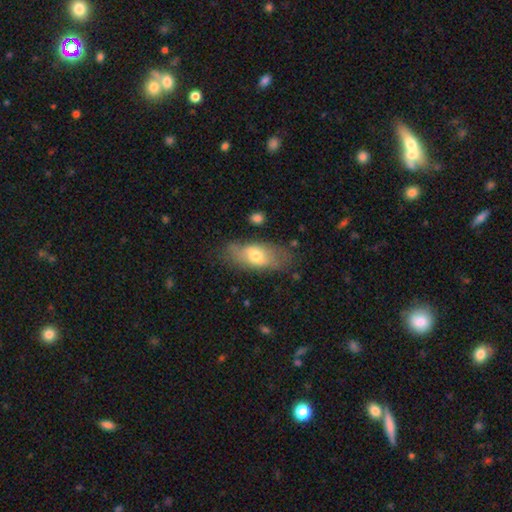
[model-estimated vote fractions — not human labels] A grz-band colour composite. It shows a smooth galaxy with no disk features (61%) that is in between round and cigar-shaped (83%). Merging: none (66%).